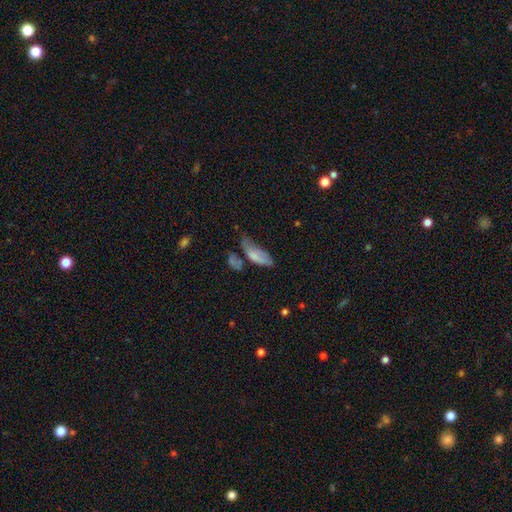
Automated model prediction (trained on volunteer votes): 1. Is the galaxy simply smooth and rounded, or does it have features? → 70% smooth, 22% featured or disk, 8% star or artifact.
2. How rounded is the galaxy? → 72% in between, 25% cigar-shaped, 3% round.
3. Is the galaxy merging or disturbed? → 30% minor disturbance, 27% none, 25% major disturbance, 19% merger.